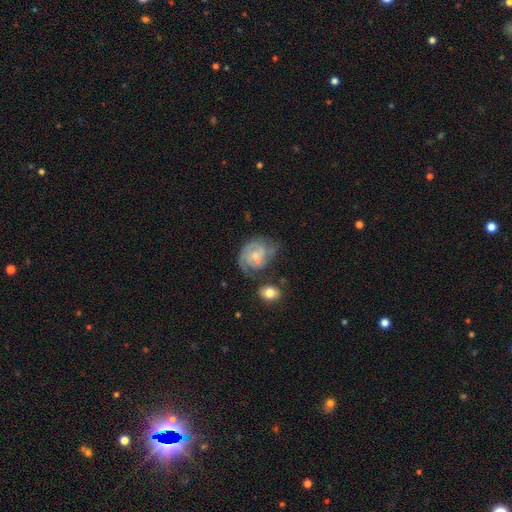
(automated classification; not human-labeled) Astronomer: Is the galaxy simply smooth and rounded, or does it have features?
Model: featured or disk — 68%.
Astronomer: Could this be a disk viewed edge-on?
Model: no — 97%.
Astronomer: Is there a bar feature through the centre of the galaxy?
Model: no — 66%.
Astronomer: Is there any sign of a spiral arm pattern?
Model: yes — 85%.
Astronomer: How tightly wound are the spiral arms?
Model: tight — 53% (runner-up: medium, 34%).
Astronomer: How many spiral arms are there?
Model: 2 — 37% (runner-up: can't tell, 34%).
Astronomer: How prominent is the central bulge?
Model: small — 59%.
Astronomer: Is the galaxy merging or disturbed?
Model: none — 42% (runner-up: minor disturbance, 25%).